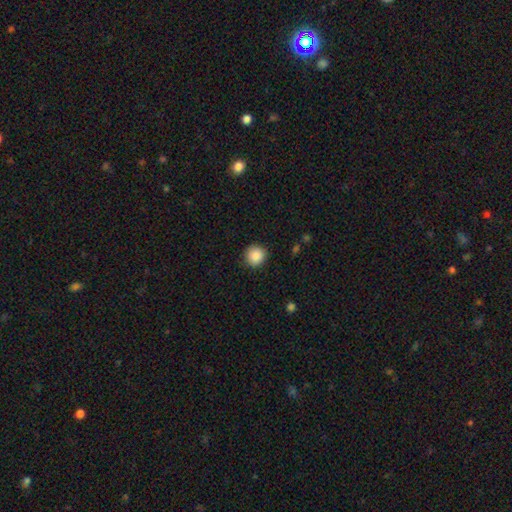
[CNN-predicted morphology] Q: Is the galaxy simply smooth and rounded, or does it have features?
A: smooth — 88%.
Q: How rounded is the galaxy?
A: round — 93%.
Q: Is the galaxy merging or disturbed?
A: none — 90%.